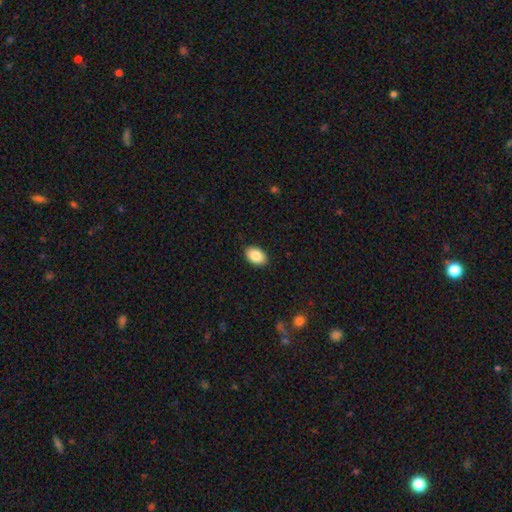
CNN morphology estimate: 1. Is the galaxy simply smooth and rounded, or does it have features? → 87% smooth, 7% star or artifact, 6% featured or disk.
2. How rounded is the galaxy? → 87% in between, 12% round, 1% cigar-shaped.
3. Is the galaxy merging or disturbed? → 89% none, 8% minor disturbance, 2% major disturbance, 1% merger.